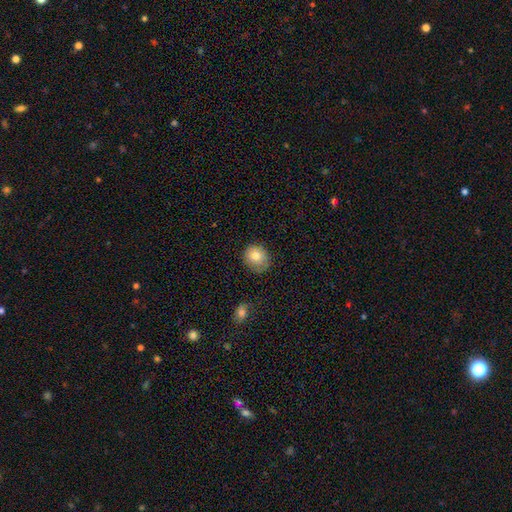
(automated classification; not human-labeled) A smooth galaxy with no disk features (79%) that is round (77%).

Vote fractions:
- Smooth or featured? smooth: 79% / featured or disk: 12% / star or artifact: 9%
- How rounded? round: 77% / in between: 22% / cigar-shaped: 1%
- Merging? none: 75% / minor disturbance: 19% / major disturbance: 4% / merger: 2%